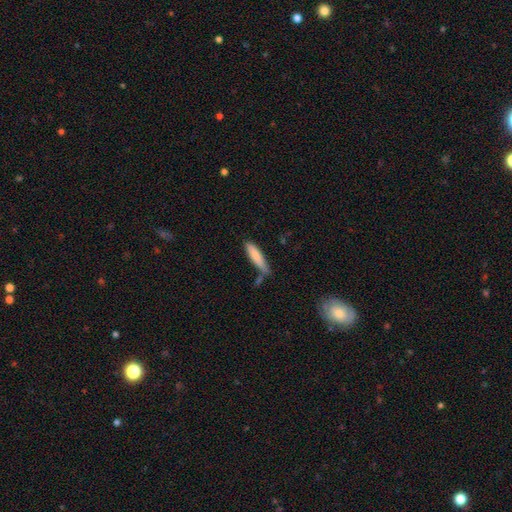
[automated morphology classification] Smooth or featured? smooth (78%)
How rounded? cigar-shaped (76%)
Merging? none (59%)